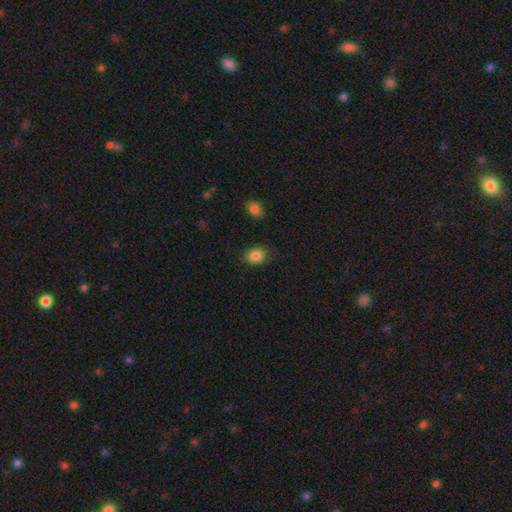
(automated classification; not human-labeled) Q: Smooth or featured?
A: smooth (86%); runner-up: star or artifact (9%)
Q: How rounded?
A: in between (52%); runner-up: round (47%)
Q: Merging?
A: none (82%); runner-up: minor disturbance (13%)